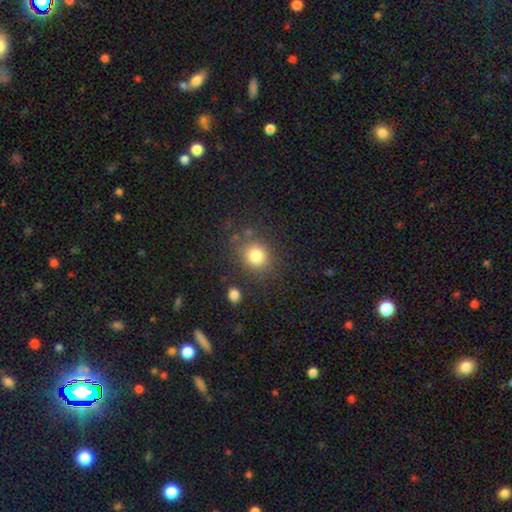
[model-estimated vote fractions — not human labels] smooth-or-featured: smooth: 81% | star or artifact: 11% | featured or disk: 7%
  how-rounded: round: 78% | in between: 21% | cigar-shaped: 1%
  merging: none: 78% | minor disturbance: 12% | major disturbance: 5% | merger: 5%